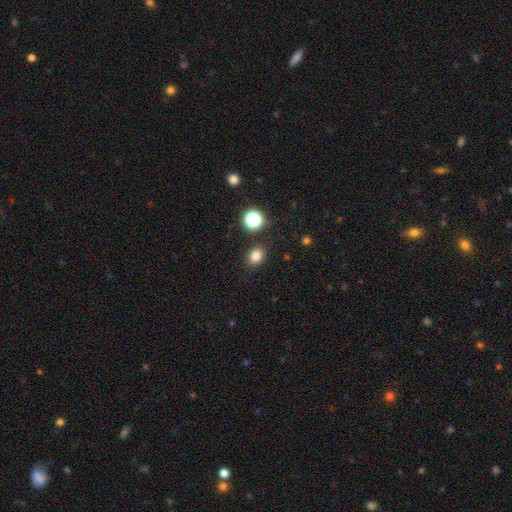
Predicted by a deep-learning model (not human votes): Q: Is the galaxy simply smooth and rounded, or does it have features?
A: smooth — 81%.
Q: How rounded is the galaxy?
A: in between — 52%.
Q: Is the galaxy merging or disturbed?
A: none — 85%.